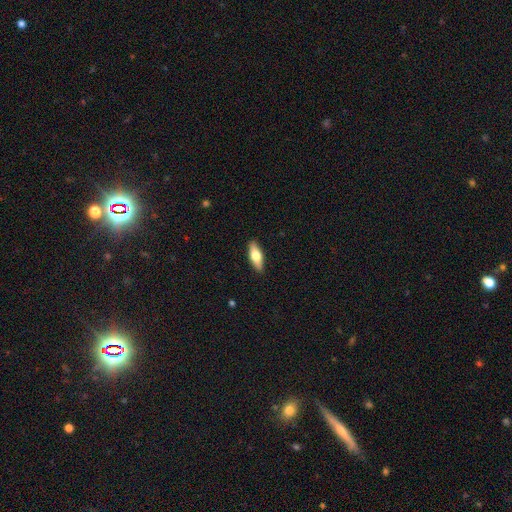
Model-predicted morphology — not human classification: Q: Smooth or featured?
A: smooth (62%); runner-up: featured or disk (33%)
Q: How rounded?
A: in between (64%); runner-up: cigar-shaped (33%)
Q: Merging?
A: none (90%); runner-up: minor disturbance (8%)